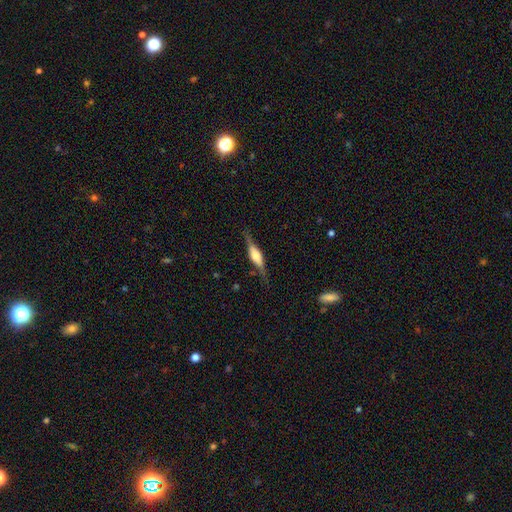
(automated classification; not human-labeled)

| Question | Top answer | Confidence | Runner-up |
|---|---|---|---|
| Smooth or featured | featured or disk | 72% | smooth (22%) |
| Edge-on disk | yes | 95% | no (5%) |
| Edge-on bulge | rounded | 77% | boxy (20%) |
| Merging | none | 80% | minor disturbance (14%) |